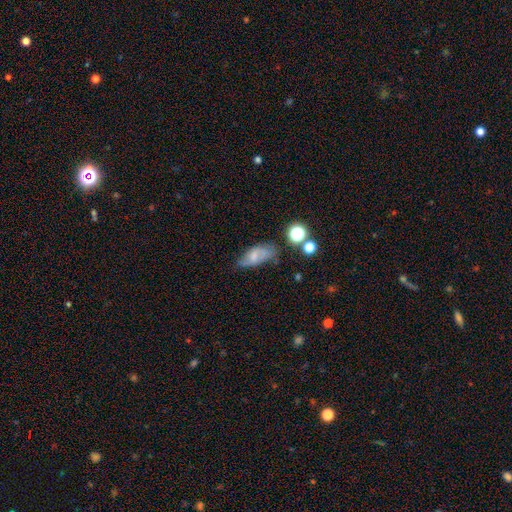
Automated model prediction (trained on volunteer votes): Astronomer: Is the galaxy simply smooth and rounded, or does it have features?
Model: smooth — 55% (runner-up: featured or disk, 33%).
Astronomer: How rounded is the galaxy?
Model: in between — 85%.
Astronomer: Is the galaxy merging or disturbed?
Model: none — 47% (runner-up: minor disturbance, 32%).